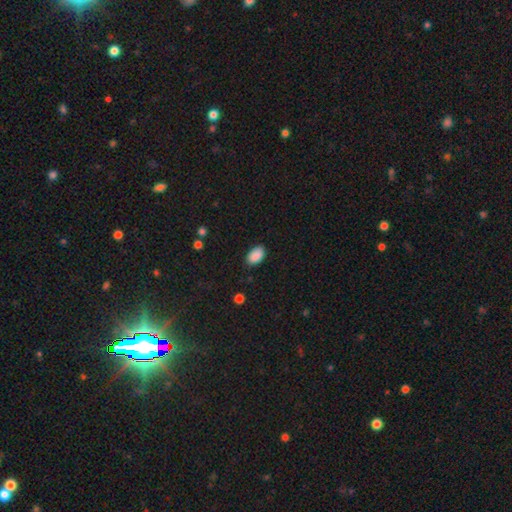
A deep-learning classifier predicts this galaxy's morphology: smooth 90%, star or artifact 7%, featured or disk 3%. Down the decision tree: how rounded — in between (93%); merging — none (87%).